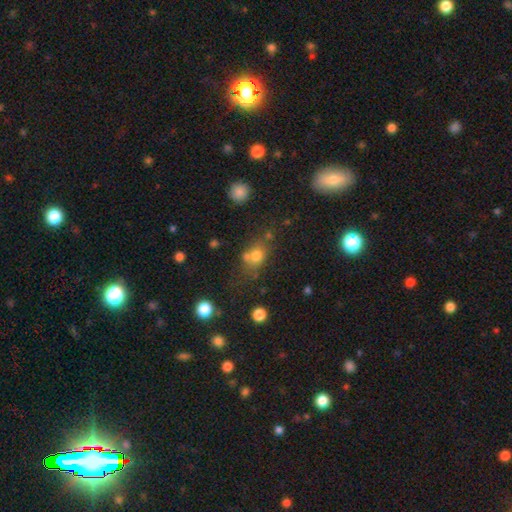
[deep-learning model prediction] Smooth or featured: smooth — 72% (star or artifact — 16%)
How rounded: round — 56% (in between — 42%)
Merging: none — 54% (merger — 22%)